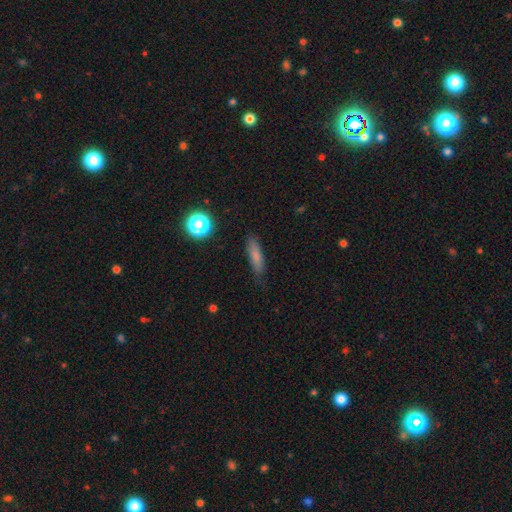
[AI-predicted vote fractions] smooth_or_featured: smooth (p=0.75) [alt: featured or disk p=0.14]
how_rounded: cigar-shaped (p=0.68) [alt: in between p=0.29]
merging: none (p=0.80) [alt: minor disturbance p=0.16]